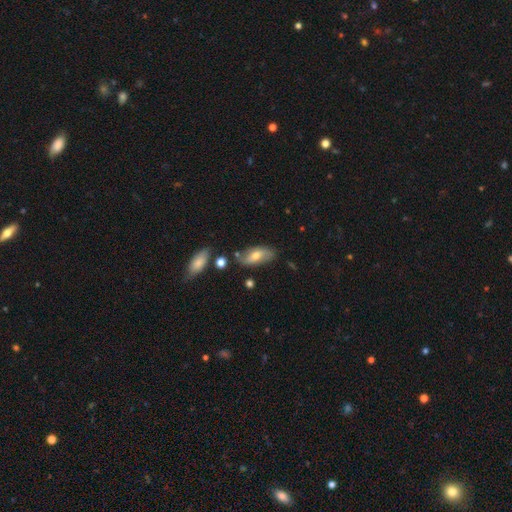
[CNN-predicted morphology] This is possibly a smooth galaxy (47%). Merging: likely none (71%).